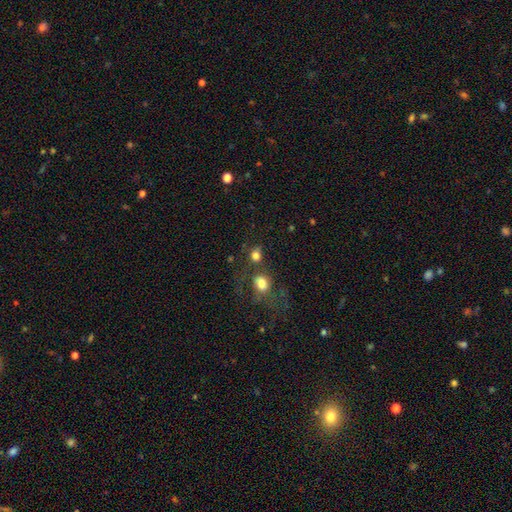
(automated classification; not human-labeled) Smooth or featured? smooth (79%)
How rounded? round (70%)
Merging? none (49%)